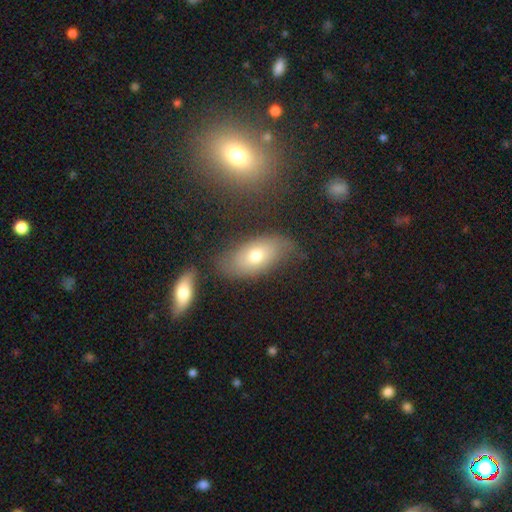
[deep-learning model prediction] Smooth or featured?
  - smooth: 61% *
  - featured or disk: 29%
  - star or artifact: 10%
How rounded?
  - in between: 90% *
  - round: 6%
  - cigar-shaped: 4%
Merging?
  - none: 63% *
  - minor disturbance: 21%
  - major disturbance: 8%
  - merger: 8%